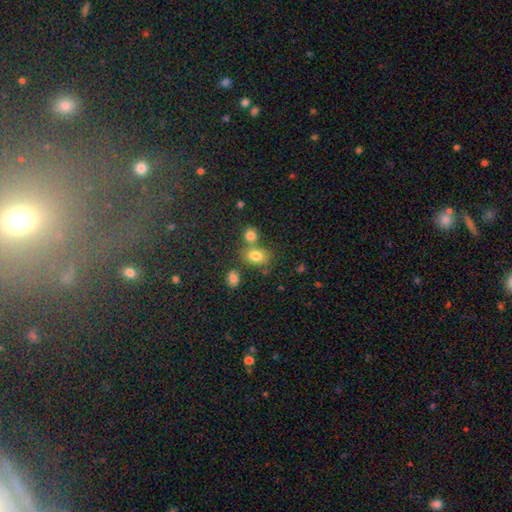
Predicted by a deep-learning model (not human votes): Smooth or featured? smooth (59%)
How rounded? round (53%)
Merging? none (63%)